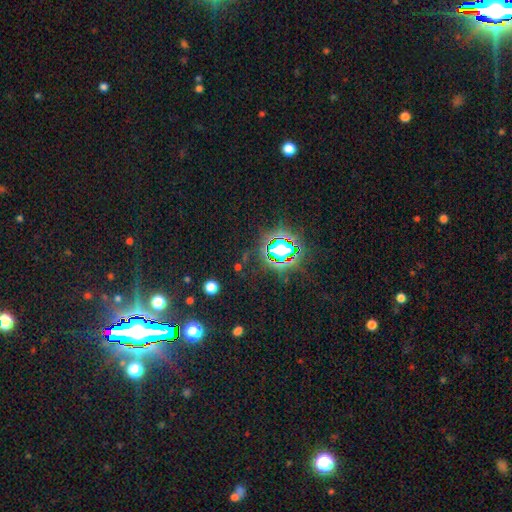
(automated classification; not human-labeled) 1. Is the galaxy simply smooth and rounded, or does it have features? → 85% star or artifact, 9% smooth, 7% featured or disk.